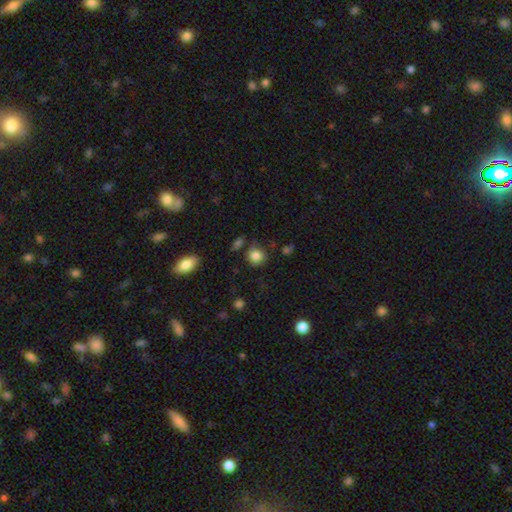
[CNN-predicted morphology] This appears to be a smooth galaxy with no disk features (84%) that is round (84%). Merging: none (76%).